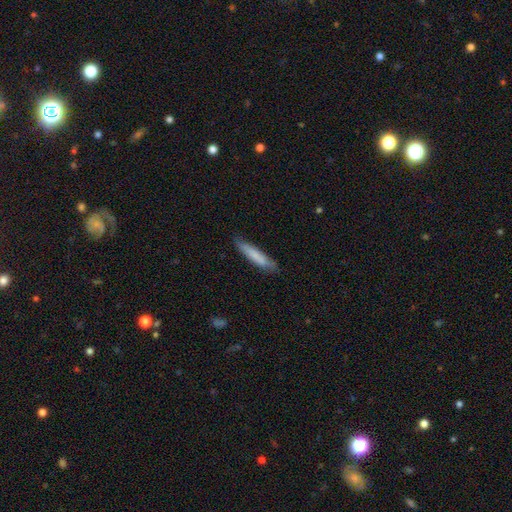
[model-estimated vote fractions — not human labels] Smooth or featured: smooth — 76% (featured or disk — 18%)
How rounded: cigar-shaped — 89% (in between — 10%)
Merging: none — 81% (minor disturbance — 15%)